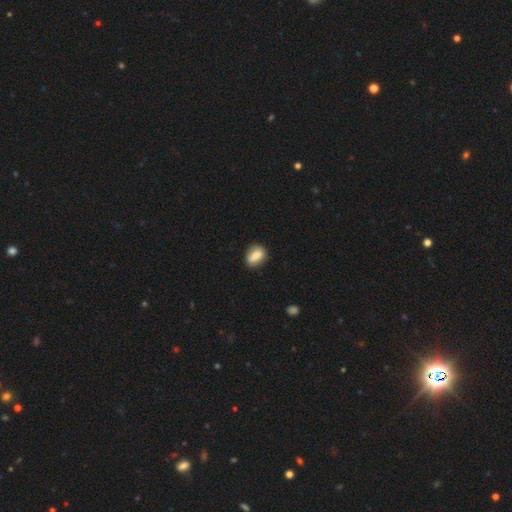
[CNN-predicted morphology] Q: Smooth or featured?
A: smooth (74%); runner-up: featured or disk (18%)
Q: How rounded?
A: in between (69%); runner-up: round (28%)
Q: Merging?
A: none (79%); runner-up: minor disturbance (15%)